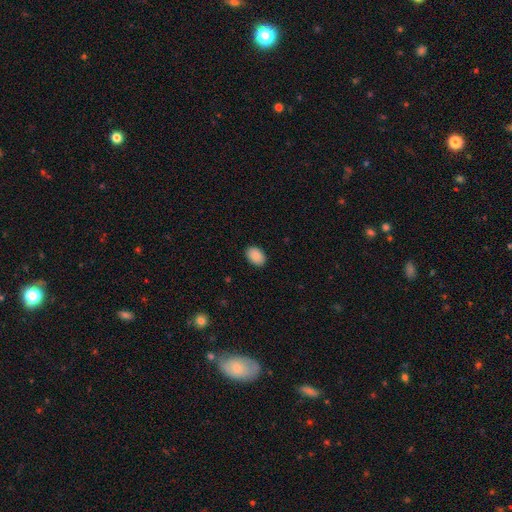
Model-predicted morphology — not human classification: smooth 90%, star or artifact 7%, featured or disk 3%. Down the decision tree: how rounded — in between (81%); merging — none (89%).